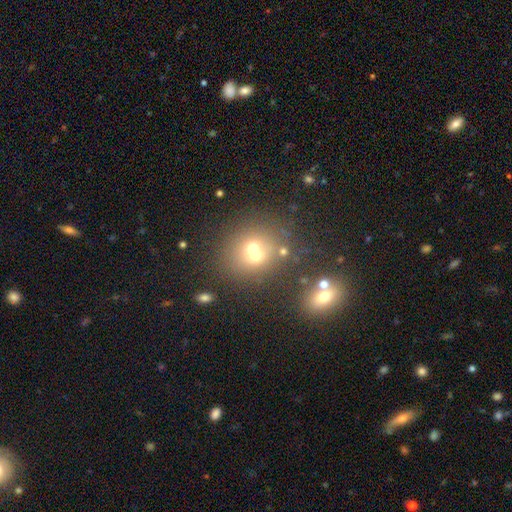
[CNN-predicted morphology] A smooth galaxy with no disk features (59%) that is round (75%). Merging: merger (50%).